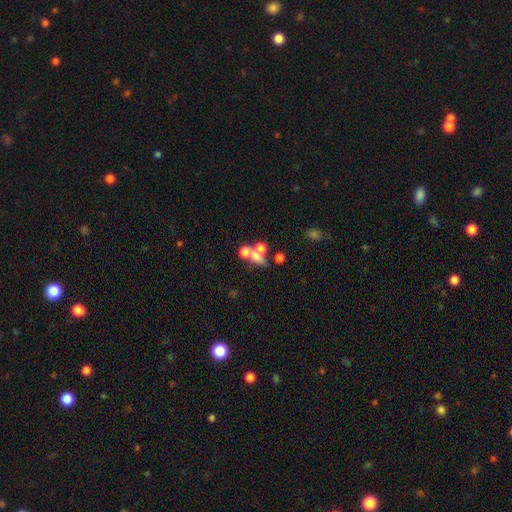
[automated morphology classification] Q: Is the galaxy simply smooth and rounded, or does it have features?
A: smooth — 58%.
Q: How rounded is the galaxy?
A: round — 51%.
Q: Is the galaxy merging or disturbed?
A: merger — 54%.